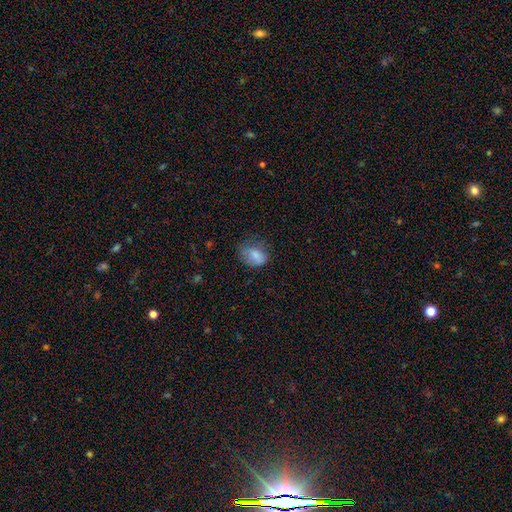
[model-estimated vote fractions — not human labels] smooth 79%, featured or disk 12%, star or artifact 9%. Down the decision tree: how rounded — in between (75%); merging — none (50%).